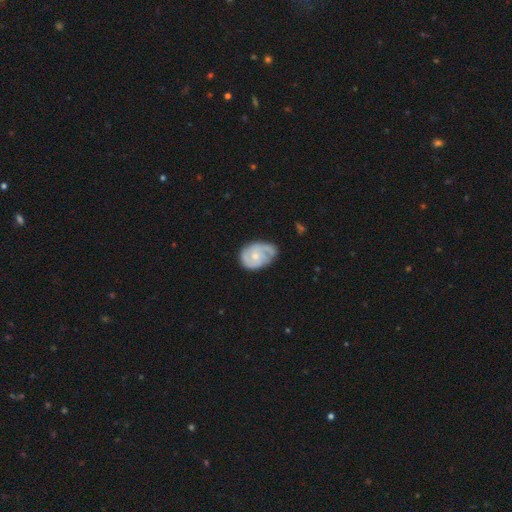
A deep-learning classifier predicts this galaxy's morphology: Smooth or featured? featured or disk (71%)
Edge-on disk? no (97%)
Bar? no (71%)
Spiral arms? yes (90%)
Spiral winding? tight (49%)
Spiral arm count? 2 (53%)
Bulge size? small (50%)
Merging? none (55%)